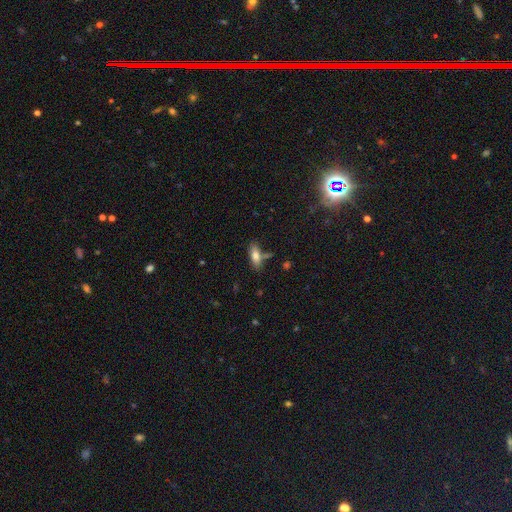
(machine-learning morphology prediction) Smooth or featured? Predicted: smooth (p=0.76). How rounded? Predicted: in between (p=0.72). Merging? Predicted: none (p=0.69).